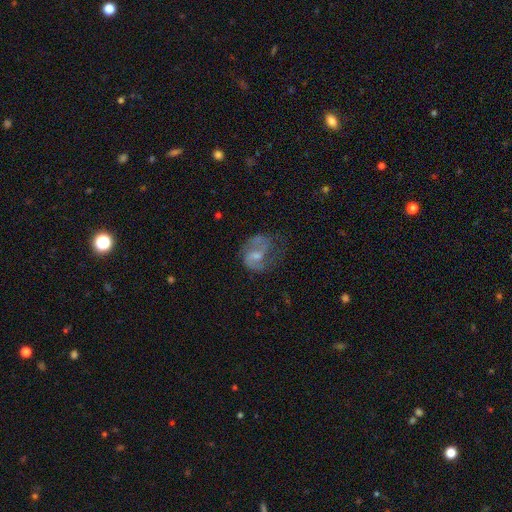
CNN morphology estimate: Smooth or featured? Predicted: featured or disk (p=0.67). Edge-on disk? Predicted: no (p=0.97). Bar? Predicted: weak (p=0.44, tied with no). Spiral arms? Predicted: yes (p=0.81). Spiral winding? Predicted: medium (p=0.45). Spiral arm count? Predicted: 2 (p=0.67). Bulge size? Predicted: small (p=0.44). Merging? Predicted: none (p=0.49).